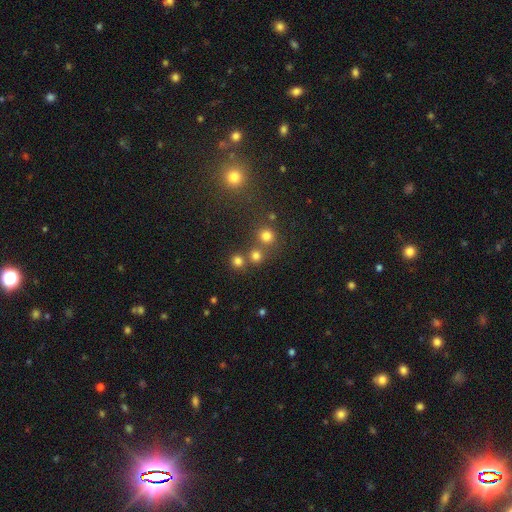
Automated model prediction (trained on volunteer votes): A smooth galaxy with no disk features (75%) that is round (90%). Merging: none (68%).